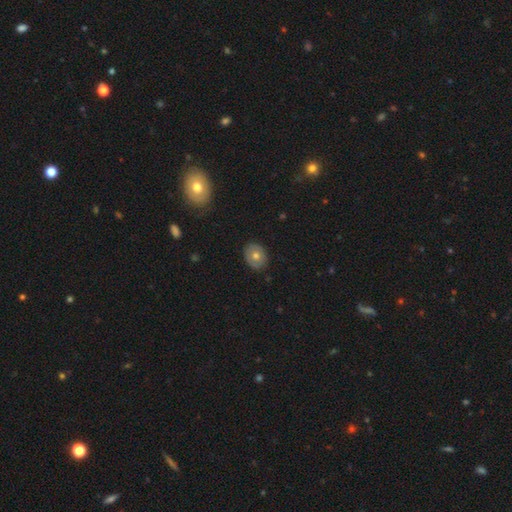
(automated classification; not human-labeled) Smooth or featured? Predicted: smooth (p=0.62). How rounded? Predicted: round (p=0.52). Merging? Predicted: none (p=0.86).